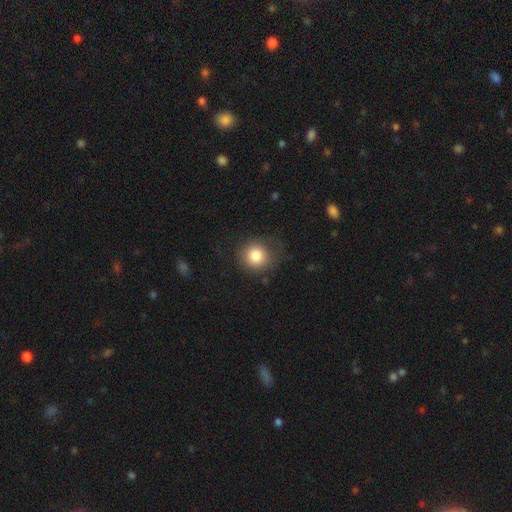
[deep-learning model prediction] Smooth or featured? Predicted: smooth (p=0.83). How rounded? Predicted: round (p=0.89). Merging? Predicted: none (p=0.73).